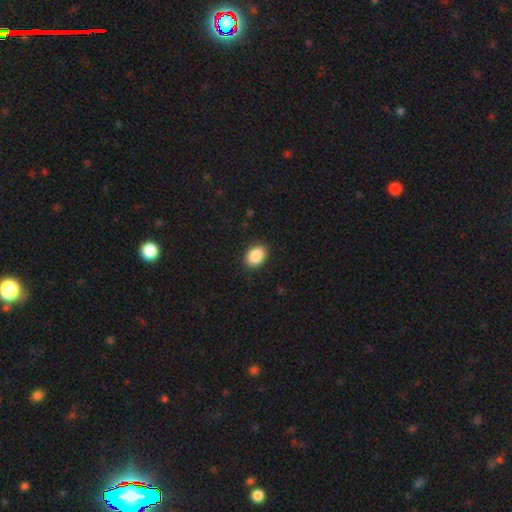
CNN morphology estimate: Overall: smooth (89%). How rounded: in between (78%). Merging: none (89%).